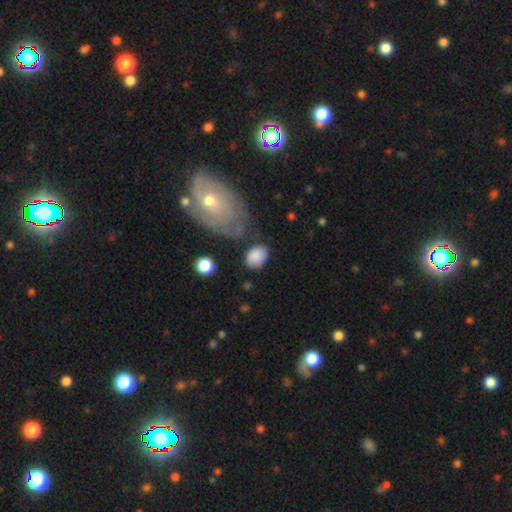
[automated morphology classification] Smooth or featured?
  - smooth: 84% *
  - featured or disk: 9%
  - star or artifact: 7%
How rounded?
  - in between: 68% *
  - round: 30%
  - cigar-shaped: 1%
Merging?
  - none: 65% *
  - minor disturbance: 20%
  - major disturbance: 7%
  - merger: 7%